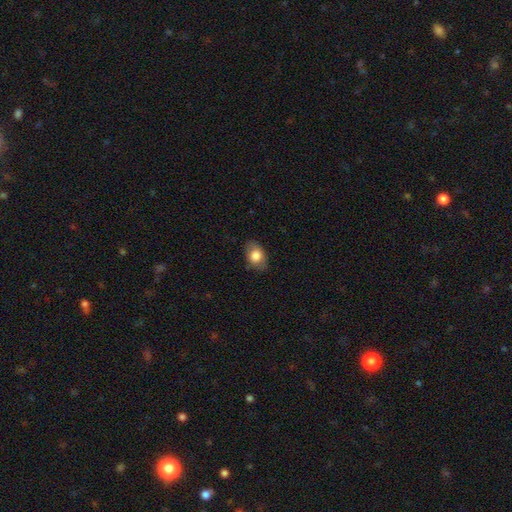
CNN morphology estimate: The model was most divided on "how rounded": in between: 79%, round: 20%, cigar-shaped: 1%. More confident: smooth or featured — smooth (80%); merging — none (79%).